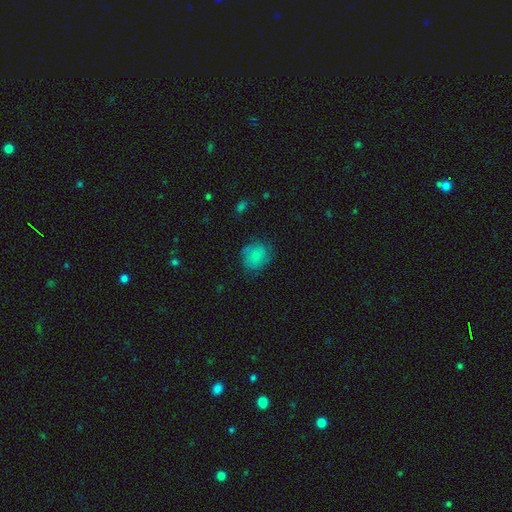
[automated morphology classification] This appears to be a smooth galaxy with no disk features (77%) that is round (76%). Merging: none (68%).